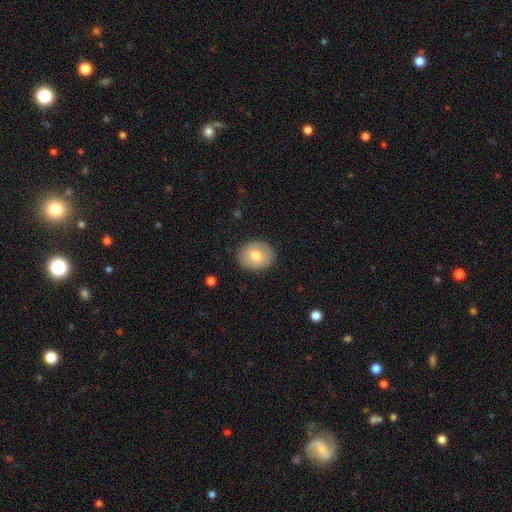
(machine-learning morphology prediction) Smooth or featured?
  - smooth: 73% *
  - featured or disk: 20%
  - star or artifact: 7%
How rounded?
  - round: 57% *
  - in between: 42%
  - cigar-shaped: 1%
Merging?
  - none: 87% *
  - minor disturbance: 9%
  - major disturbance: 2%
  - merger: 1%